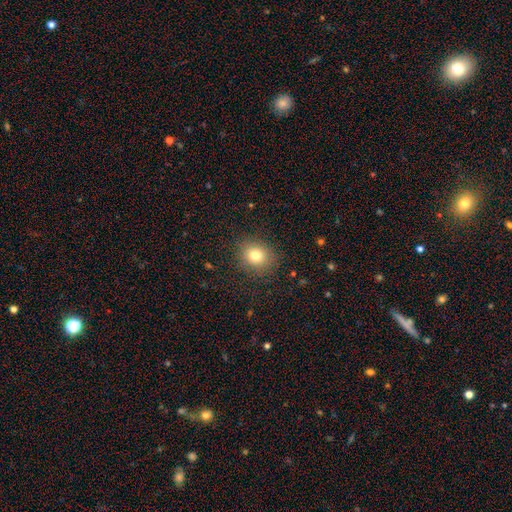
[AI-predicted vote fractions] smooth-or-featured: smooth: 78% | star or artifact: 13% | featured or disk: 9%
  how-rounded: round: 75% | in between: 25% | cigar-shaped: 1%
  merging: none: 87% | minor disturbance: 9% | major disturbance: 3% | merger: 1%